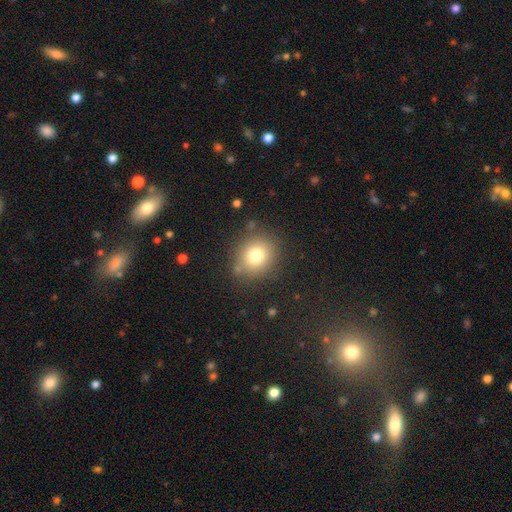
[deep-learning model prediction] smooth 76%, star or artifact 13%, featured or disk 11%. Down the decision tree: how rounded — round (77%); merging — none (82%).